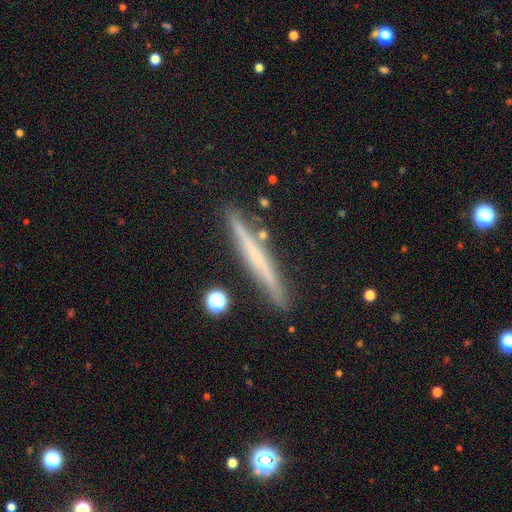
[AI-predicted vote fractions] Overall: featured or disk (50%; smooth 42%). Merging: none (87%).